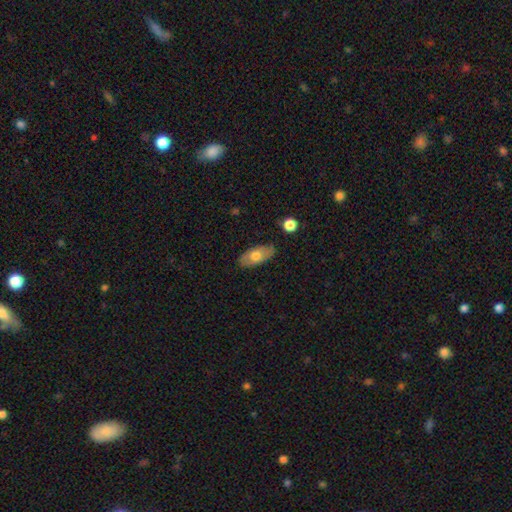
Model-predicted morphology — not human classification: smooth-or-featured: smooth: 64% | featured or disk: 29% | star or artifact: 6%
  how-rounded: in between: 90% | cigar-shaped: 6% | round: 4%
  merging: none: 83% | minor disturbance: 13% | major disturbance: 3% | merger: 2%